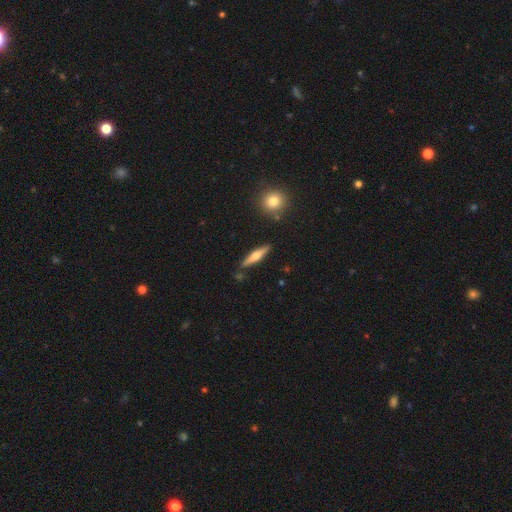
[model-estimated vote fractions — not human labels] featured or disk 55%, smooth 39%, star or artifact 6%. Down the decision tree: edge-on disk — yes (96%); edge-on bulge — rounded (86%); merging — none (86%).